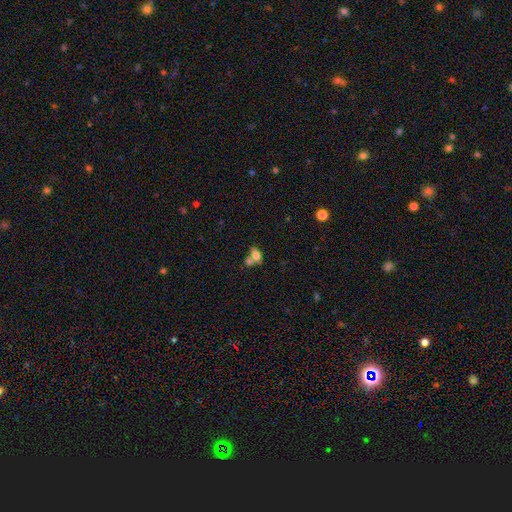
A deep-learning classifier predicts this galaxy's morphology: A smooth galaxy with no disk features (71%) that is in between round and cigar-shaped (77%). Merging: merger (54%).